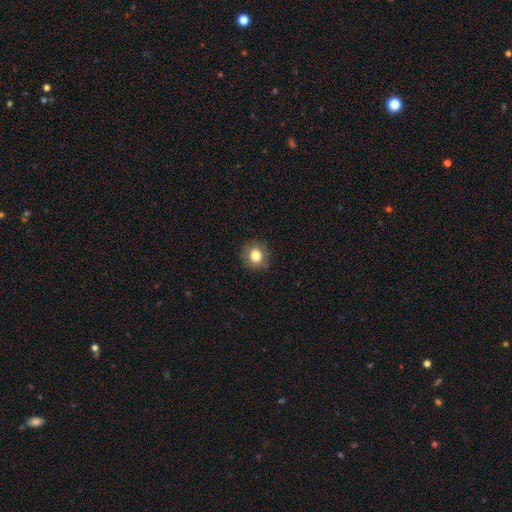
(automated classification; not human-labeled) The model was most divided on "how rounded": round: 83%, in between: 16%, cigar-shaped: 1%. More confident: merging — none (87%); smooth or featured — smooth (82%).